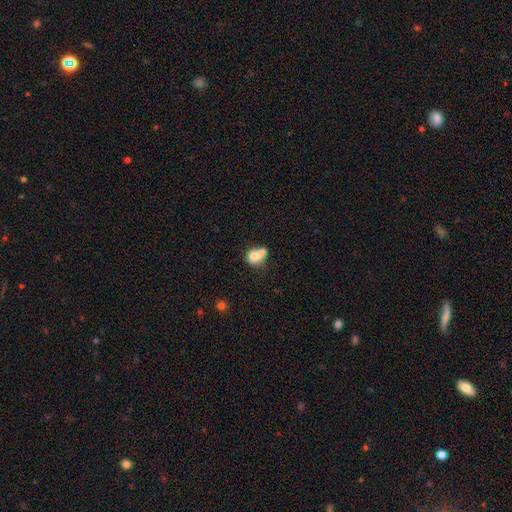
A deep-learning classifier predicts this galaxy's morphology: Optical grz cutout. It shows a smooth galaxy with no disk features (72%) that is round (50%). Merging: merger (59%).